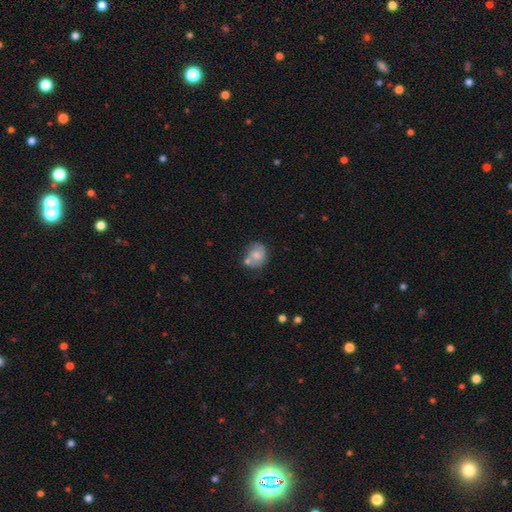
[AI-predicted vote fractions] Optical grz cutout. It shows a smooth galaxy with no disk features (63%) that is round (64%). Merging: none (44%).